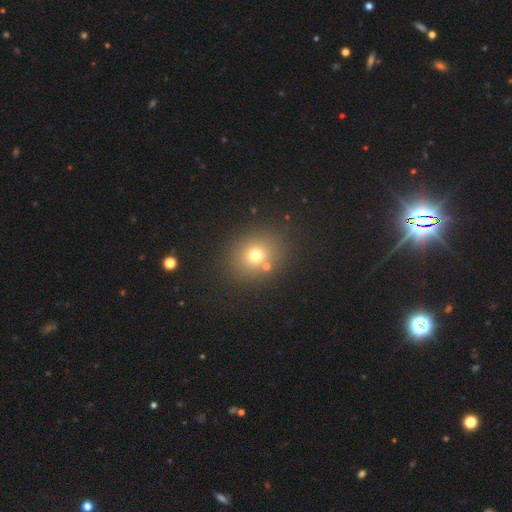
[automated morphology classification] Q: Smooth or featured?
A: smooth (70%); runner-up: star or artifact (19%)
Q: How rounded?
A: round (69%); runner-up: in between (30%)
Q: Merging?
A: none (80%); runner-up: minor disturbance (9%)